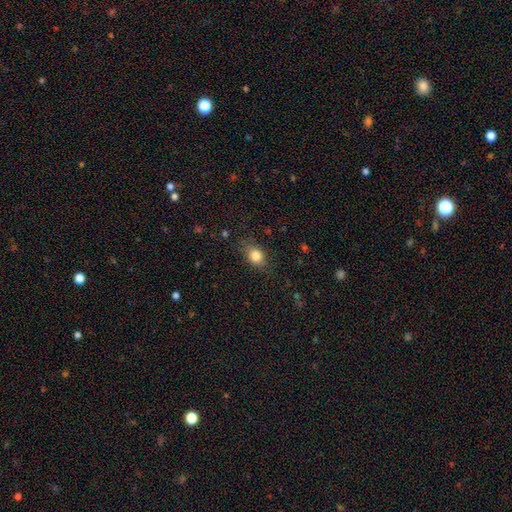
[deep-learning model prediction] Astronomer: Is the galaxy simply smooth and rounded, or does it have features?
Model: smooth — 82%.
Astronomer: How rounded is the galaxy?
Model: in between — 68%.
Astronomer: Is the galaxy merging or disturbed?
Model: none — 76%.